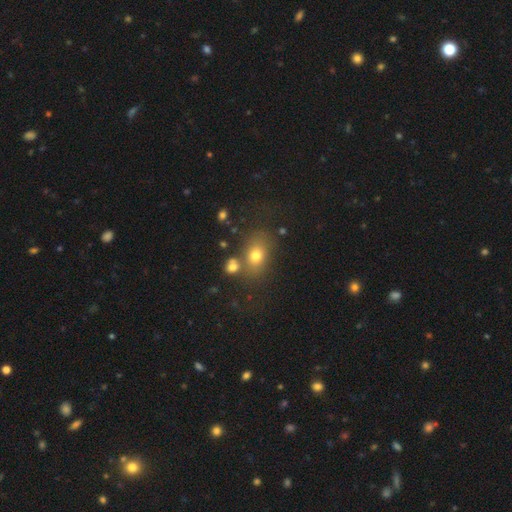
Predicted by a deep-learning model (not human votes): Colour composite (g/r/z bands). It shows a smooth galaxy with no disk features (72%) that is in between round and cigar-shaped (65%). Merging: none (64%).